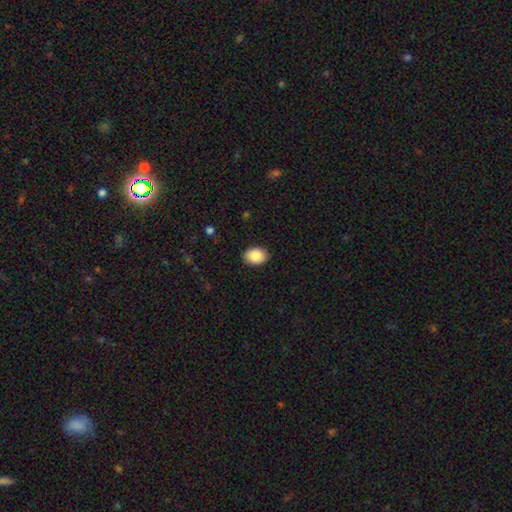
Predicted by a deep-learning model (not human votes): This appears to be a smooth galaxy with no disk features (88%) that is in between round and cigar-shaped (68%). Merging: none (89%).